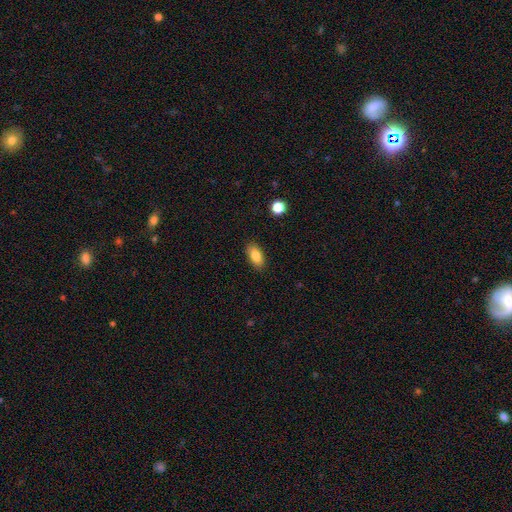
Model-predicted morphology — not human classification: Smooth or featured? smooth (83%)
How rounded? in between (90%)
Merging? none (88%)